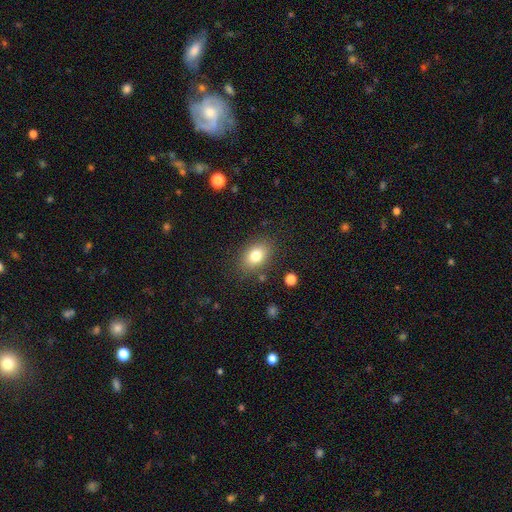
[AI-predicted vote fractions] Smooth or featured: smooth — 80% (featured or disk — 10%)
How rounded: in between — 77% (round — 21%)
Merging: none — 82% (minor disturbance — 12%)